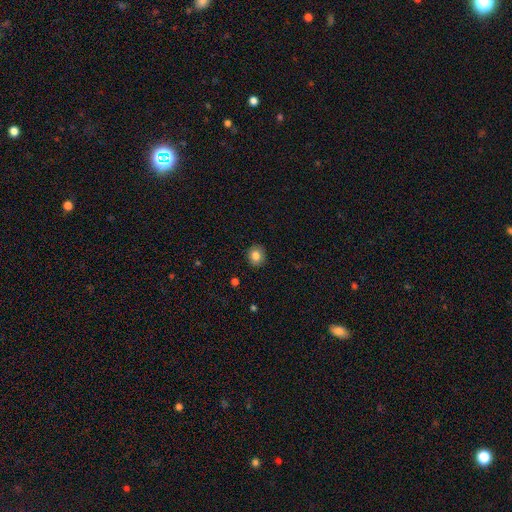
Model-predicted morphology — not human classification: Q: Smooth or featured?
A: smooth (83%); runner-up: star or artifact (10%)
Q: How rounded?
A: round (81%); runner-up: in between (18%)
Q: Merging?
A: none (90%); runner-up: minor disturbance (7%)